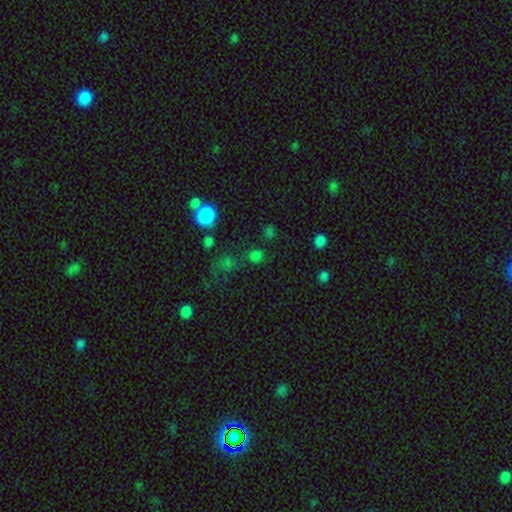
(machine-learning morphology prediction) This is likely a smooth galaxy (66%). How rounded: clearly round (82%). Merging: likely none (71%).